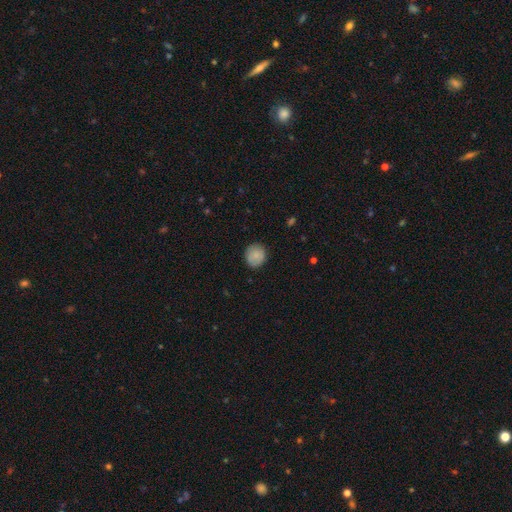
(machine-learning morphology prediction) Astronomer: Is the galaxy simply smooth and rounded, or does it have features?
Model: smooth — 84%.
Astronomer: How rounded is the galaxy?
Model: round — 86%.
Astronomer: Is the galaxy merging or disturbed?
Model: none — 86%.